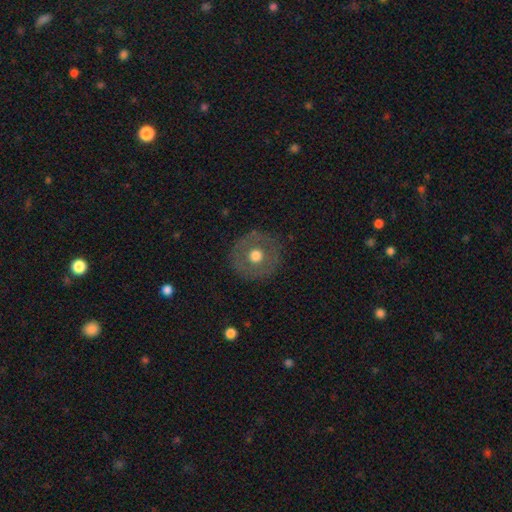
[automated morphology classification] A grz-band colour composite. It shows a smooth galaxy with no disk features (56%) that is round (94%). Merging: none (85%).